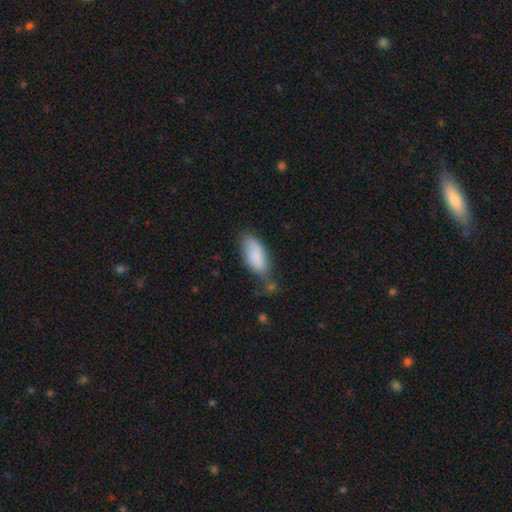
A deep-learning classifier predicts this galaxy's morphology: smooth-or-featured: smooth: 85% | featured or disk: 9% | star or artifact: 6%
  how-rounded: in between: 84% | cigar-shaped: 14% | round: 2%
  merging: none: 47% | minor disturbance: 35% | major disturbance: 11% | merger: 7%